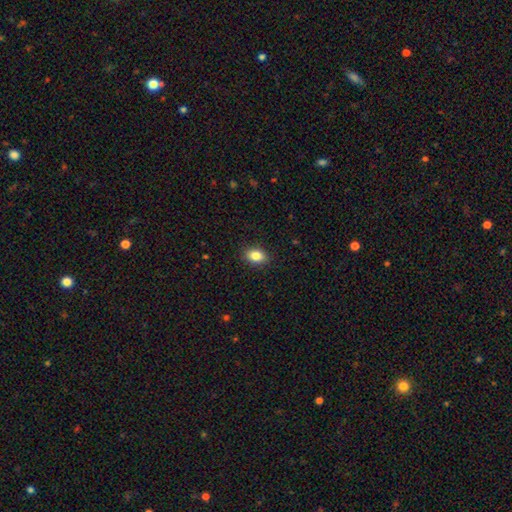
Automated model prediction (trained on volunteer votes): A smooth galaxy with no disk features (85%) that is in between round and cigar-shaped (75%). Merging: none (89%).